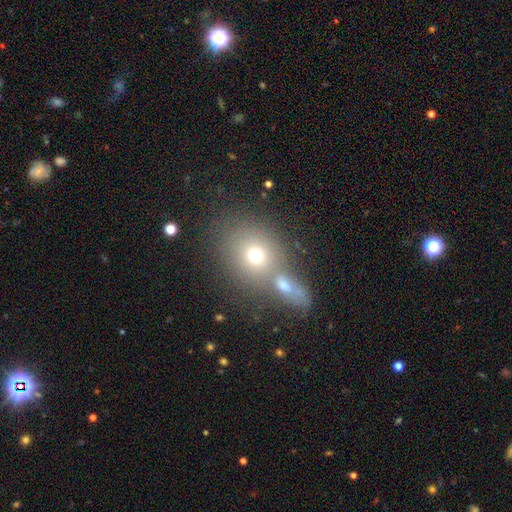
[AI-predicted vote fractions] smooth 69%, featured or disk 17%, star or artifact 13%. Down the decision tree: how rounded — round (61%); merging — none (44%).